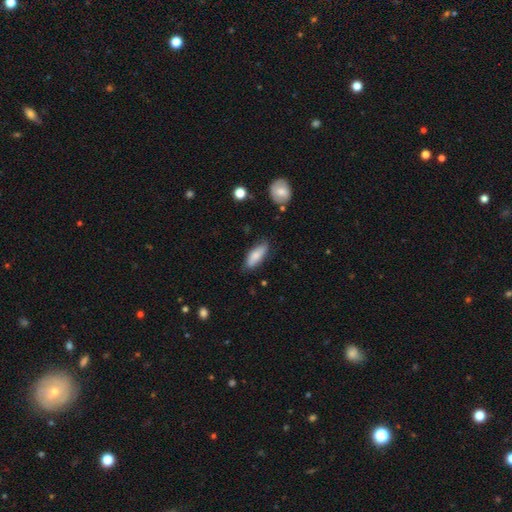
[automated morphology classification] Q: Smooth or featured?
A: smooth (80%); runner-up: featured or disk (14%)
Q: How rounded?
A: in between (69%); runner-up: cigar-shaped (29%)
Q: Merging?
A: none (76%); runner-up: minor disturbance (19%)